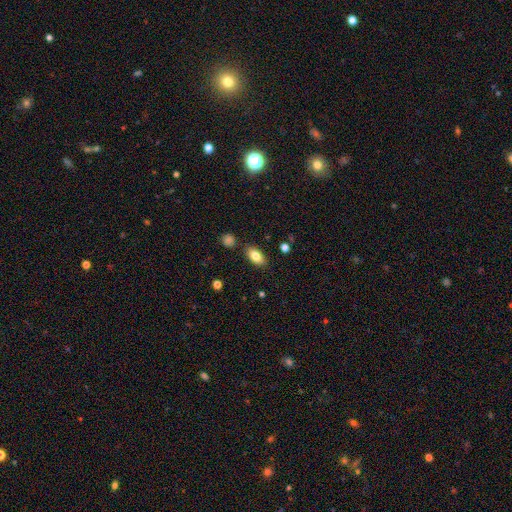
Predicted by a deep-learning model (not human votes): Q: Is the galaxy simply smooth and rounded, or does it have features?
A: smooth — 82%.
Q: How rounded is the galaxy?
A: in between — 91%.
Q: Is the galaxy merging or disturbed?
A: none — 84%.